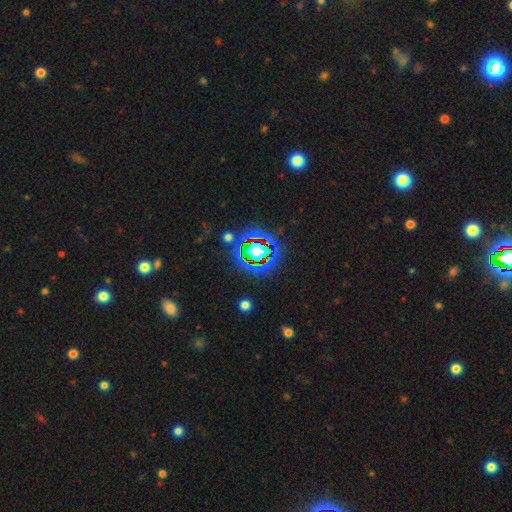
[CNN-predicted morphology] star or artifact 77%, smooth 14%, featured or disk 10%.